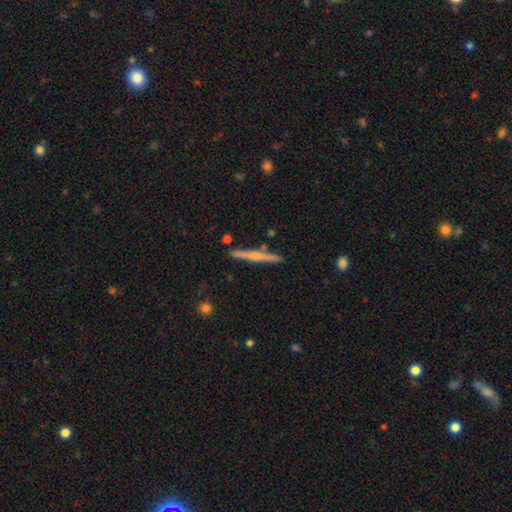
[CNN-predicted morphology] featured or disk 61%, smooth 33%, star or artifact 6%. Down the decision tree: edge-on disk — yes (98%); edge-on bulge — rounded (63%); merging — none (89%).